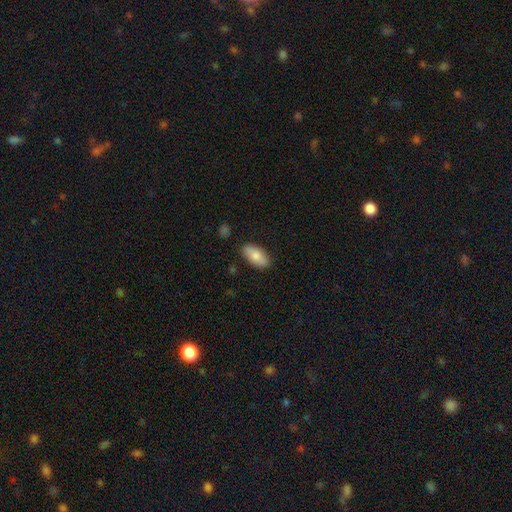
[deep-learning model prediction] A smooth galaxy with no disk features (80%) that is in between round and cigar-shaped (89%).

Vote fractions:
- Smooth or featured? smooth: 80% / featured or disk: 14% / star or artifact: 6%
- How rounded? in between: 89% / cigar-shaped: 9% / round: 3%
- Merging? none: 85% / minor disturbance: 11% / major disturbance: 2% / merger: 2%